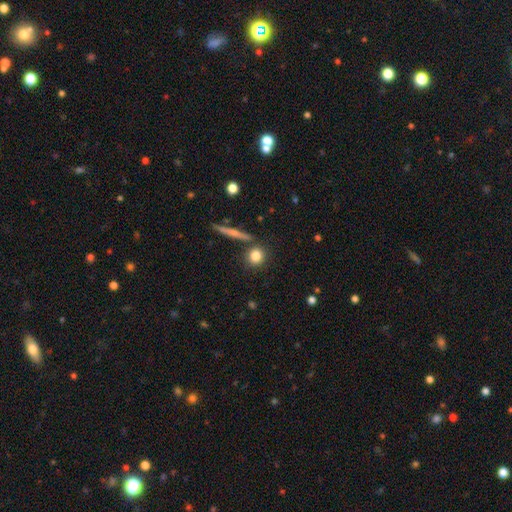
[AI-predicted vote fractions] Smooth or featured? smooth (81%)
How rounded? round (80%)
Merging? none (79%)